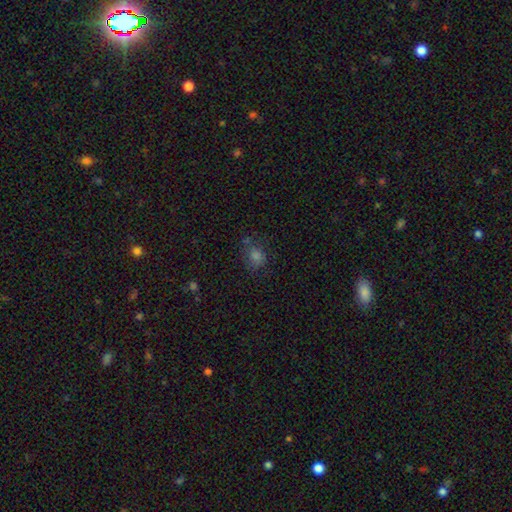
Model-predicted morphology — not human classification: Smooth or featured: smooth — 61% (star or artifact — 28%)
How rounded: round — 67% (in between — 31%)
Merging: none — 69% (minor disturbance — 18%)